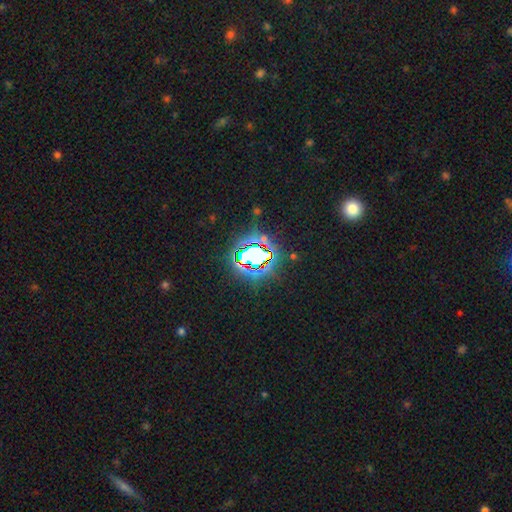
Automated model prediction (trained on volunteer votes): Smooth or featured?
  - star or artifact: 72% *
  - smooth: 16%
  - featured or disk: 11%